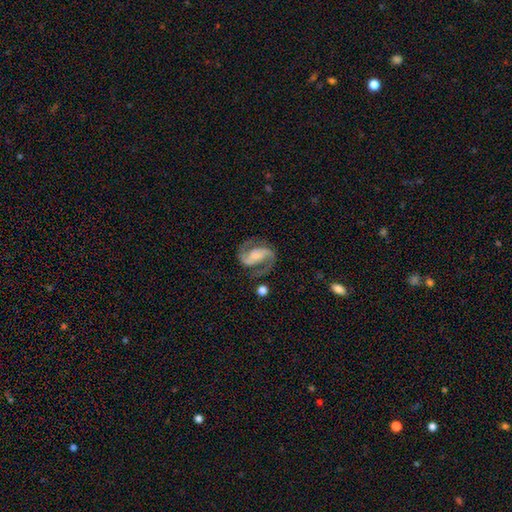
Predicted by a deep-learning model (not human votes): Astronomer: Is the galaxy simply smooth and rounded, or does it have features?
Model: featured or disk — 91%.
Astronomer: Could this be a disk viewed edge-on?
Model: no — 98%.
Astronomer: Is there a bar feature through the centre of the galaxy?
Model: weak — 35% (runner-up: strong, 33%).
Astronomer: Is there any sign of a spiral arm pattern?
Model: yes — 98%.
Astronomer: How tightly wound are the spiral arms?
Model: medium — 60%.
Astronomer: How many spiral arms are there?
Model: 2 — 94%.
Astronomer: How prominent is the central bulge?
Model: none — 42% (runner-up: small, 23%).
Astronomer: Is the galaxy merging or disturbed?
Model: none — 78%.